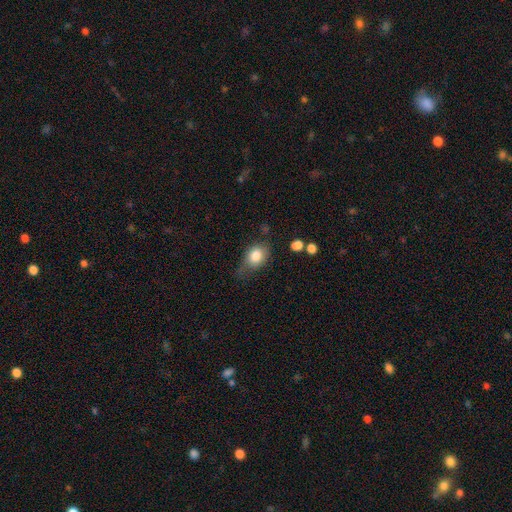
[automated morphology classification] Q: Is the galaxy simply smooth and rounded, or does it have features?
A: smooth — 80%.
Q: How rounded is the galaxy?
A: in between — 60%.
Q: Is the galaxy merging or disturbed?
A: none — 49%.